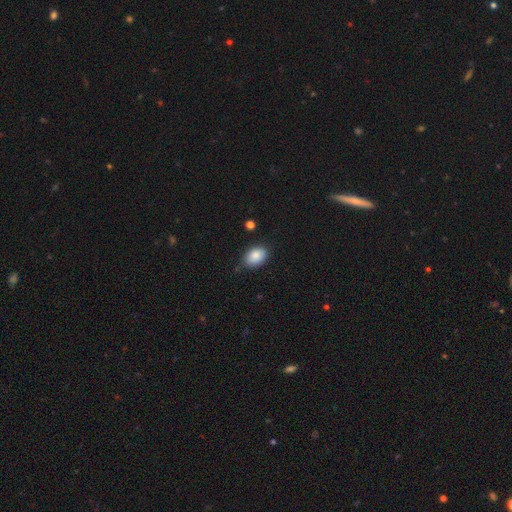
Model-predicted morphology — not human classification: smooth 86%, star or artifact 8%, featured or disk 7%. Down the decision tree: how rounded — in between (84%); merging — none (75%).